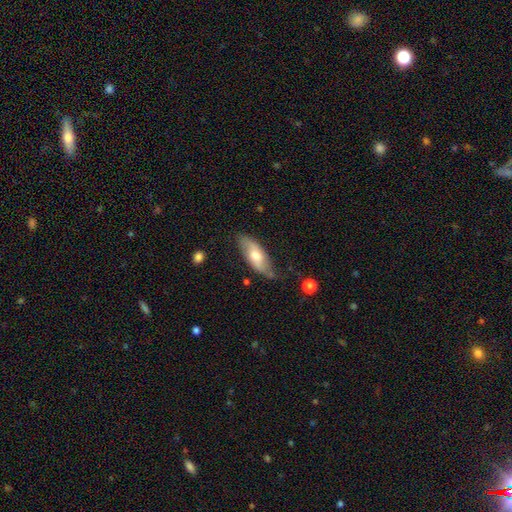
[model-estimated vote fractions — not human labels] Smooth or featured? Predicted: smooth (p=0.55). How rounded? Predicted: in between (p=0.77). Merging? Predicted: none (p=0.72).